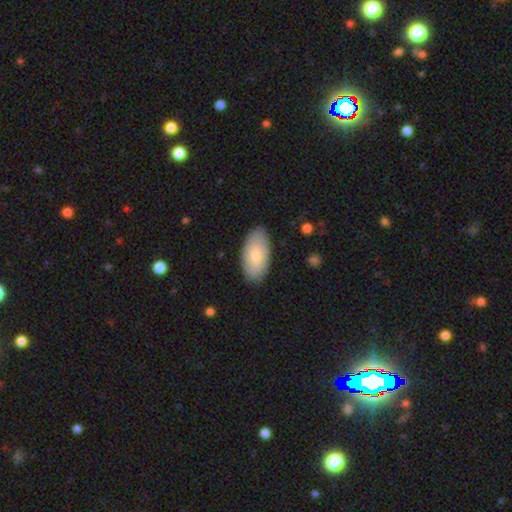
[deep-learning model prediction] Morphology: type=smooth (74%); roundness=in between (95%); merging=none (86%).